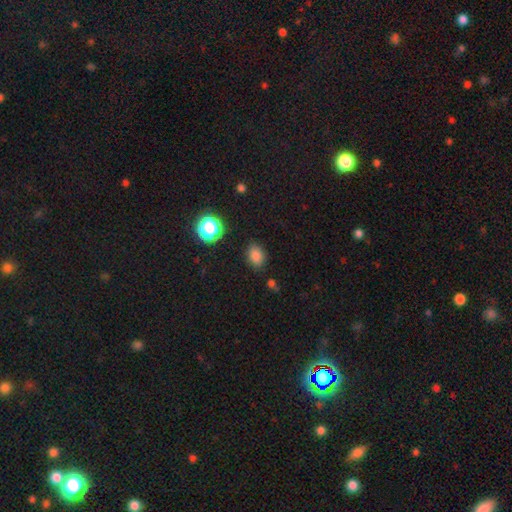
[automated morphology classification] A smooth galaxy with no disk features (81%) that is in between round and cigar-shaped (68%). Merging: none (84%).